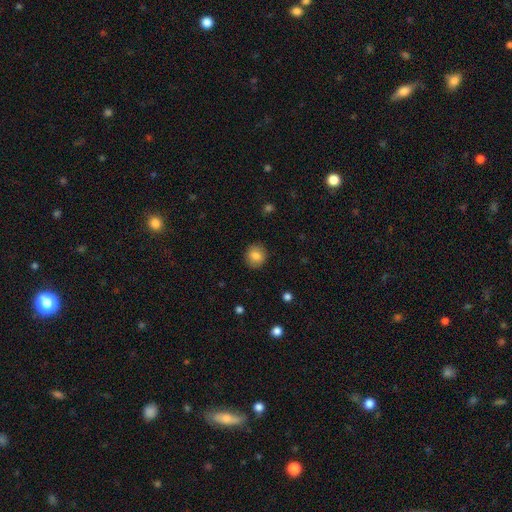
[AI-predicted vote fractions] Smooth or featured: smooth — 83% (star or artifact — 9%)
How rounded: round — 86% (in between — 13%)
Merging: none — 90% (minor disturbance — 7%)